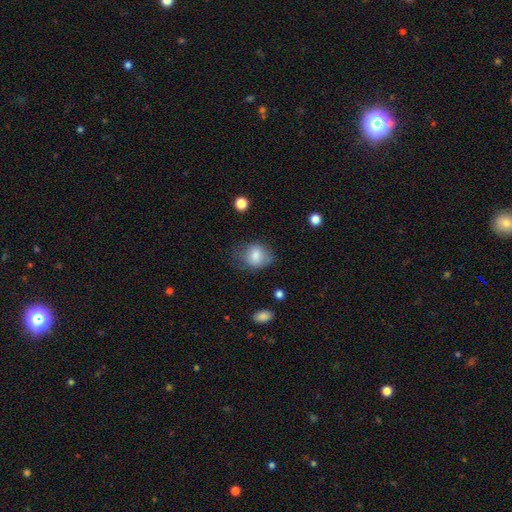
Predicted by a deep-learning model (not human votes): smooth_or_featured: smooth (p=0.80) [alt: featured or disk p=0.12]
how_rounded: round (p=0.50) [alt: in between p=0.49]
merging: none (p=0.54) [alt: minor disturbance p=0.29]